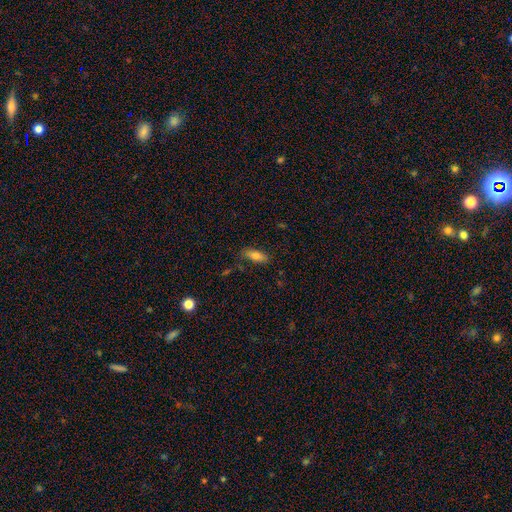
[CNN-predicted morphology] smooth_or_featured: smooth (p=0.77) [alt: featured or disk p=0.15]
how_rounded: in between (p=0.75) [alt: cigar-shaped p=0.22]
merging: none (p=0.79) [alt: minor disturbance p=0.15]